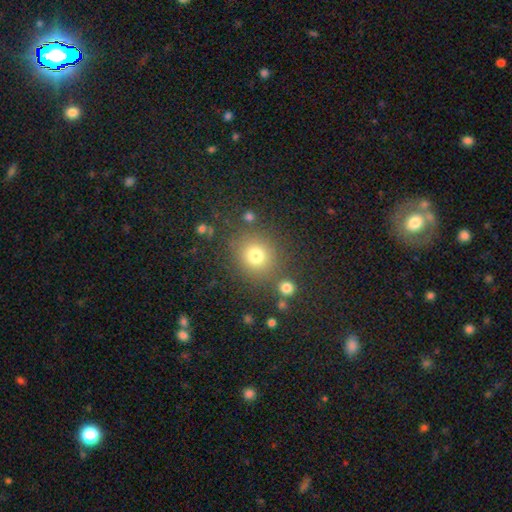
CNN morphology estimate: Smooth or featured? smooth (76%)
How rounded? round (87%)
Merging? none (81%)